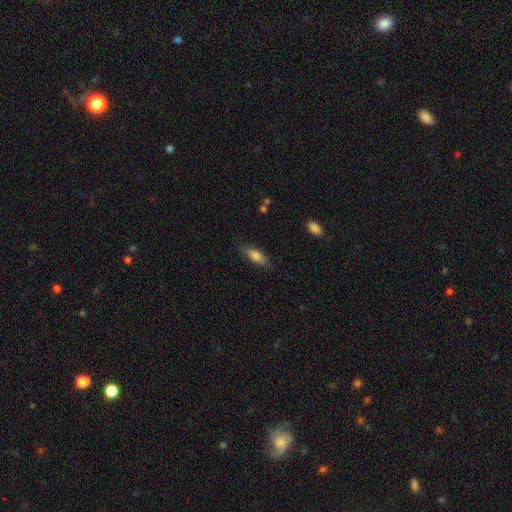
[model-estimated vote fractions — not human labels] smooth 78%, featured or disk 15%, star or artifact 7%. Down the decision tree: how rounded — in between (59%); merging — none (79%).